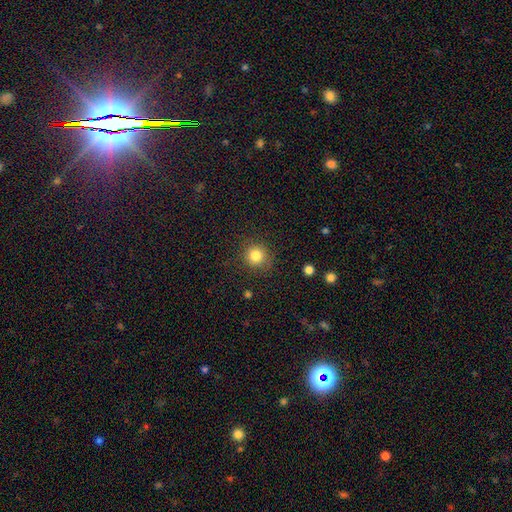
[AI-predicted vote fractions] A smooth galaxy with no disk features (83%) that is round (91%).

Vote fractions:
- Smooth or featured? smooth: 83% / star or artifact: 11% / featured or disk: 6%
- How rounded? round: 91% / in between: 8% / cigar-shaped: 1%
- Merging? none: 85% / minor disturbance: 10% / major disturbance: 3% / merger: 1%